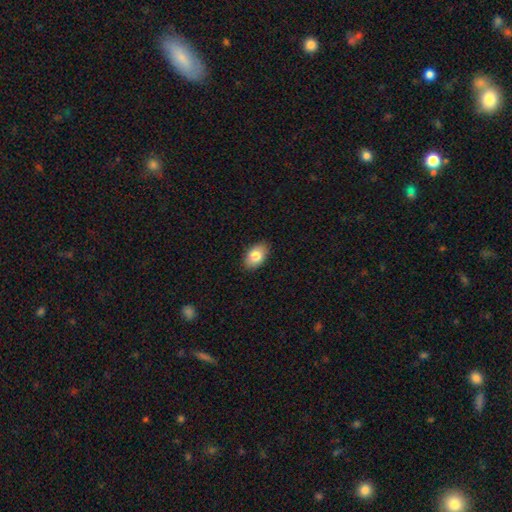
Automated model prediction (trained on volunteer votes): Smooth or featured: smooth — 82% (featured or disk — 11%)
How rounded: in between — 90% (round — 9%)
Merging: none — 88% (minor disturbance — 9%)